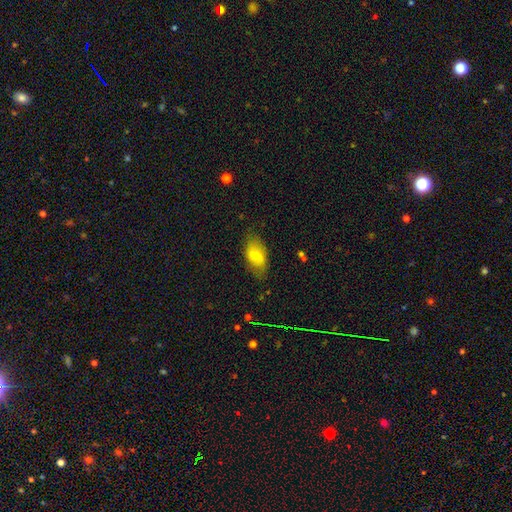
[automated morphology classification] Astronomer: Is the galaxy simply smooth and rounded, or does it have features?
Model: smooth — 69%.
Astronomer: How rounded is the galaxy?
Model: in between — 92%.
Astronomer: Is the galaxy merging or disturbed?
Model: none — 76%.